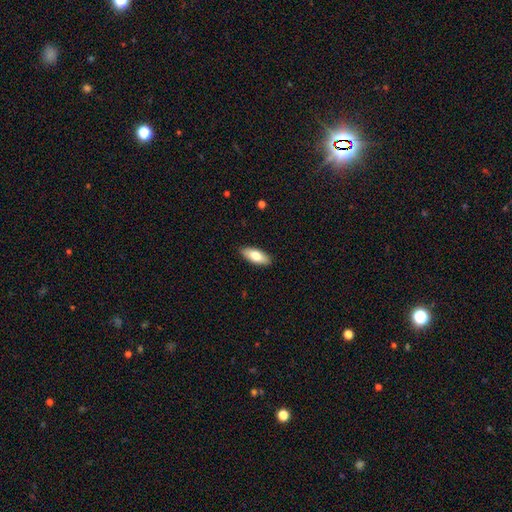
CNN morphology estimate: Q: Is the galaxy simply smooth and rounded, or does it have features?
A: smooth — 75%.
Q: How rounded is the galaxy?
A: in between — 82%.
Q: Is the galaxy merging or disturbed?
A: none — 90%.